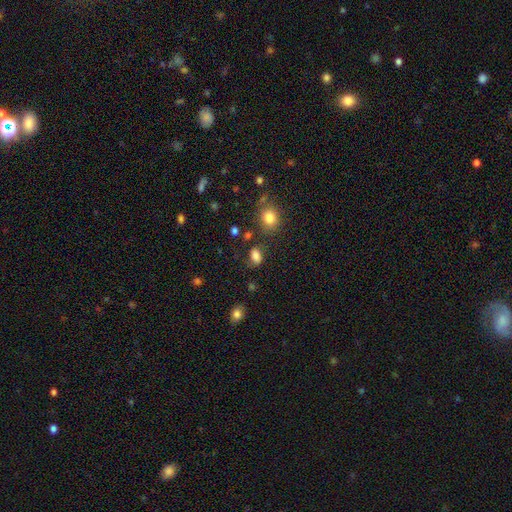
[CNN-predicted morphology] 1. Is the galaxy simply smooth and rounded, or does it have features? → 82% smooth, 12% star or artifact, 6% featured or disk.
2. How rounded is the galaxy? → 79% in between, 19% round, 2% cigar-shaped.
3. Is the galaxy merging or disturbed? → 69% none, 18% minor disturbance, 7% major disturbance, 5% merger.